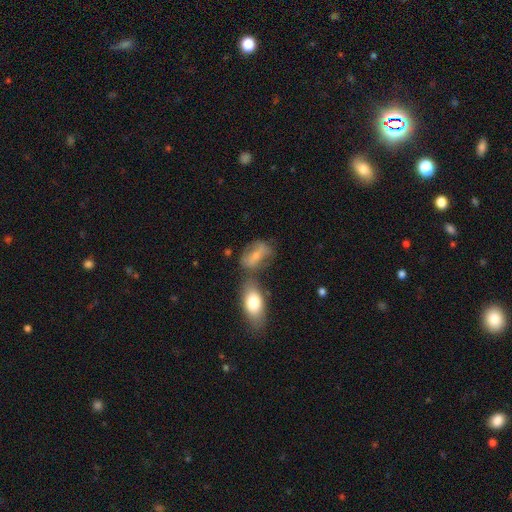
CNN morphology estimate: Q: Smooth or featured?
A: smooth (53%); runner-up: featured or disk (38%)
Q: How rounded?
A: in between (82%); runner-up: round (12%)
Q: Merging?
A: none (39%); runner-up: merger (30%)